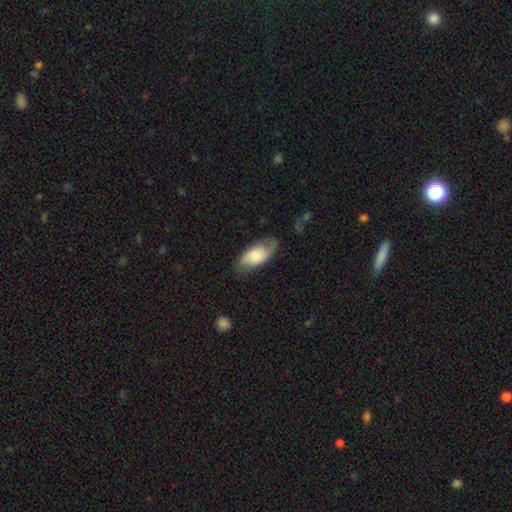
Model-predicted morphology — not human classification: Smooth or featured: smooth — 53% (featured or disk — 40%)
How rounded: in between — 91% (cigar-shaped — 5%)
Merging: none — 58% (minor disturbance — 28%)